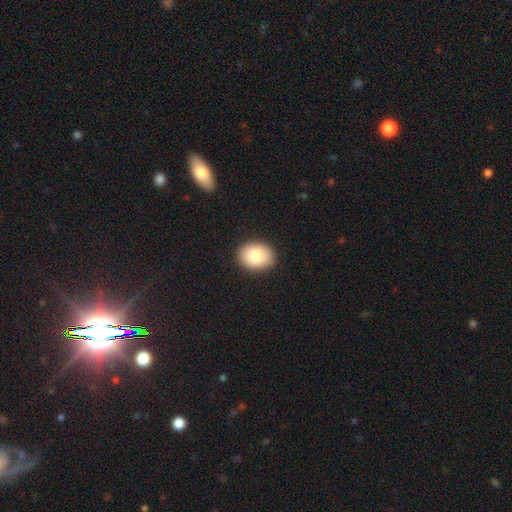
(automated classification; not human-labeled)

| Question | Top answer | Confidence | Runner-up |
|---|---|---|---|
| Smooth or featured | smooth | 83% | featured or disk (10%) |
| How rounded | in between | 60% | round (39%) |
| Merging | none | 88% | minor disturbance (9%) |